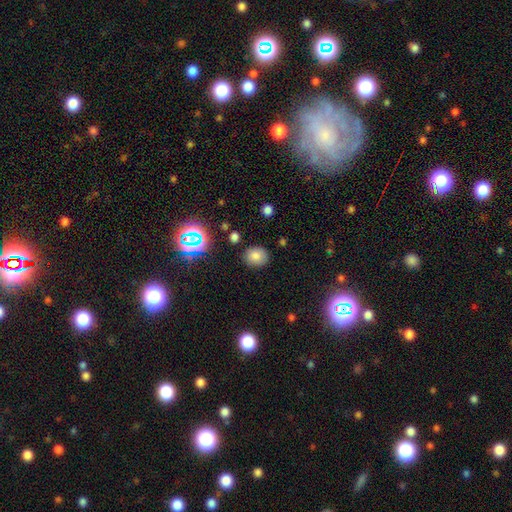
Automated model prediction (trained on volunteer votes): Q: Smooth or featured?
A: smooth (75%); runner-up: star or artifact (17%)
Q: How rounded?
A: round (66%); runner-up: in between (33%)
Q: Merging?
A: none (84%); runner-up: minor disturbance (11%)